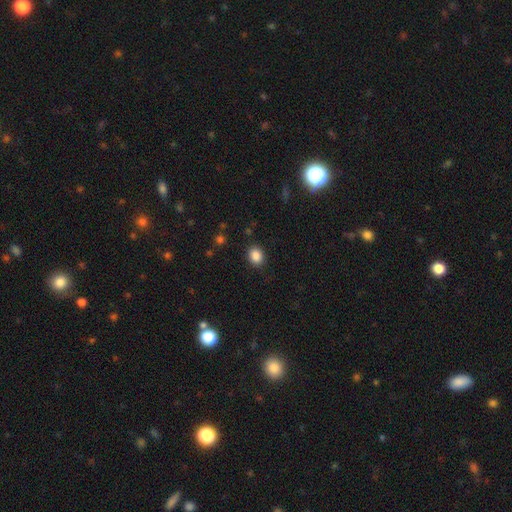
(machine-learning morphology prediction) A smooth galaxy with no disk features (87%) that is in between round and cigar-shaped (55%).

Vote fractions:
- Smooth or featured? smooth: 87% / star or artifact: 10% / featured or disk: 3%
- How rounded? in between: 55% / round: 45% / cigar-shaped: 1%
- Merging? none: 87% / minor disturbance: 9% / major disturbance: 3% / merger: 1%